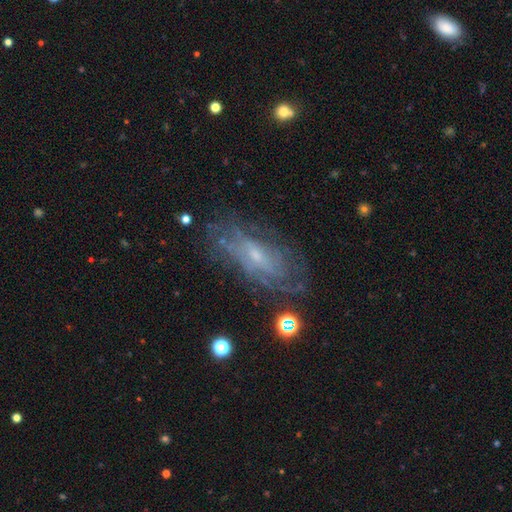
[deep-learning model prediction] Morphology: type=featured or disk (74%); edge-on=no (87%); bar=no (57%); spiral arms=yes (78%); winding=tight (56%); arm count=can't tell (64%); bulge=small (69%); merging=none (70%).